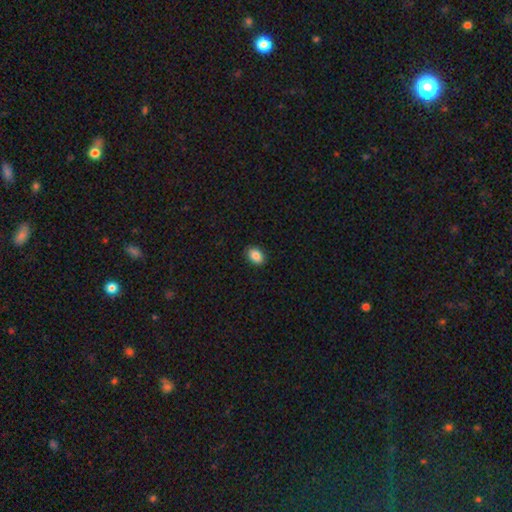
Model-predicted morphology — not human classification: smooth_or_featured: smooth (p=0.86) [alt: star or artifact p=0.08]
how_rounded: in between (p=0.83) [alt: round p=0.16]
merging: none (p=0.90) [alt: minor disturbance p=0.07]